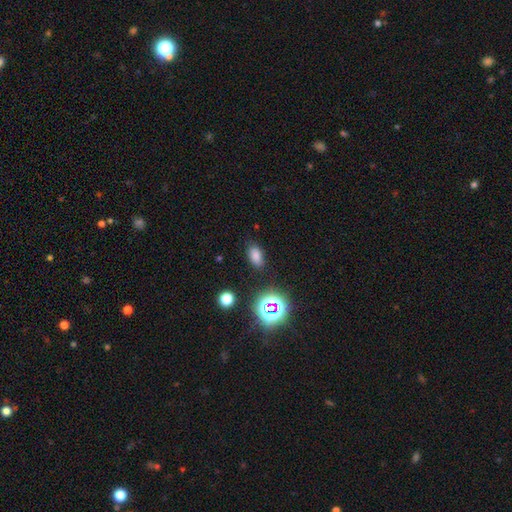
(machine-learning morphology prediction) This is likely a smooth galaxy (76%). How rounded: clearly in between (87%). Merging: clearly none (85%).